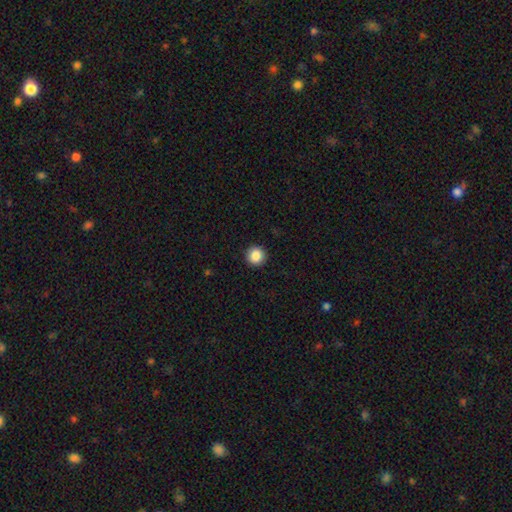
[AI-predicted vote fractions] smooth 87%, star or artifact 9%, featured or disk 4%. Down the decision tree: how rounded — round (96%); merging — none (93%).